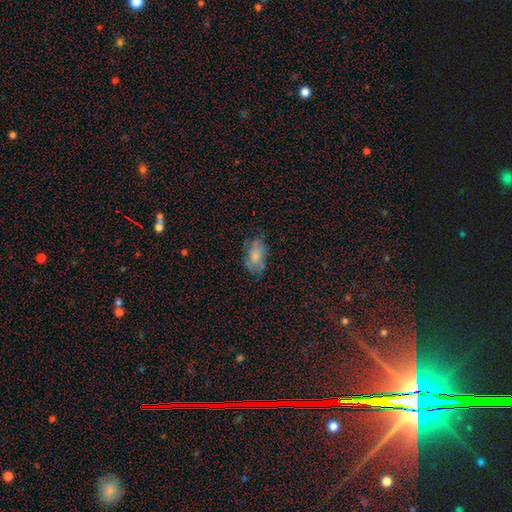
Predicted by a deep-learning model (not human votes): Q: Smooth or featured?
A: smooth (71%); runner-up: featured or disk (20%)
Q: How rounded?
A: in between (91%); runner-up: round (7%)
Q: Merging?
A: none (59%); runner-up: minor disturbance (27%)